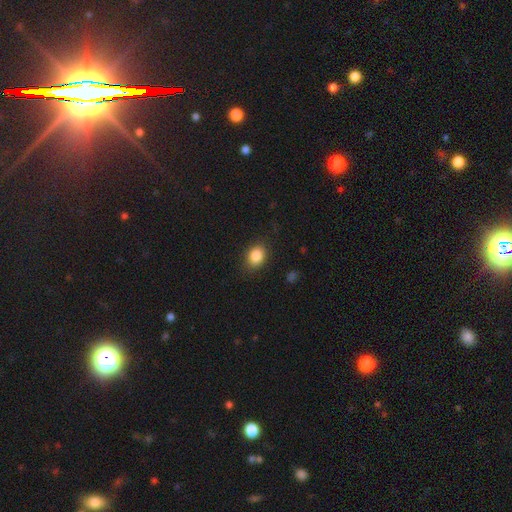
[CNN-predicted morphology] Overall: smooth (86%). How rounded: in between (59%; round 40%). Merging: none (85%).